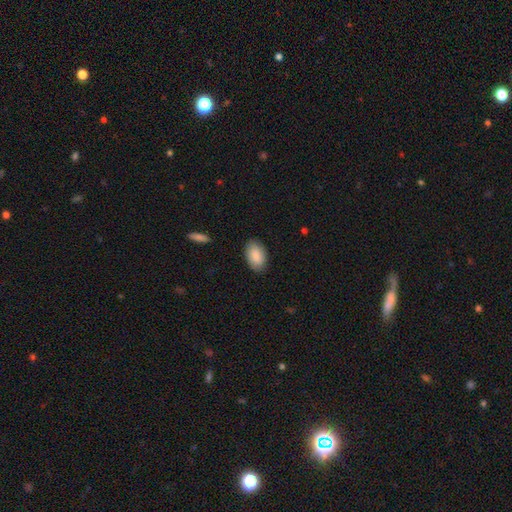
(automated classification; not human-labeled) Q: Smooth or featured?
A: smooth (88%); runner-up: featured or disk (7%)
Q: How rounded?
A: in between (94%); runner-up: round (5%)
Q: Merging?
A: none (86%); runner-up: minor disturbance (11%)